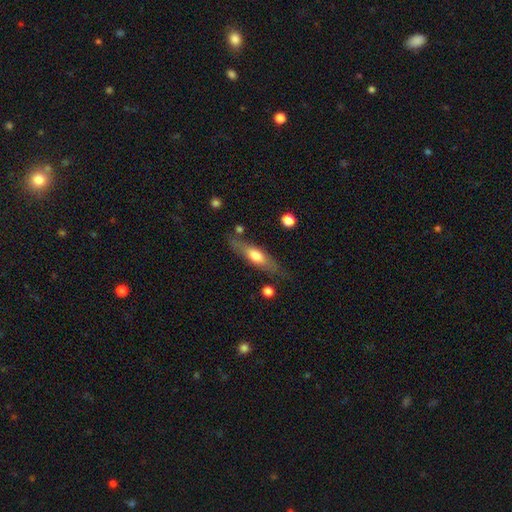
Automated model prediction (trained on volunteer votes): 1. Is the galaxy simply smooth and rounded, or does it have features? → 51% smooth, 43% featured or disk, 6% star or artifact.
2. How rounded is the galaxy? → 65% cigar-shaped, 33% in between, 2% round.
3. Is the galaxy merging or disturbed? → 71% none, 18% minor disturbance, 6% major disturbance, 4% merger.